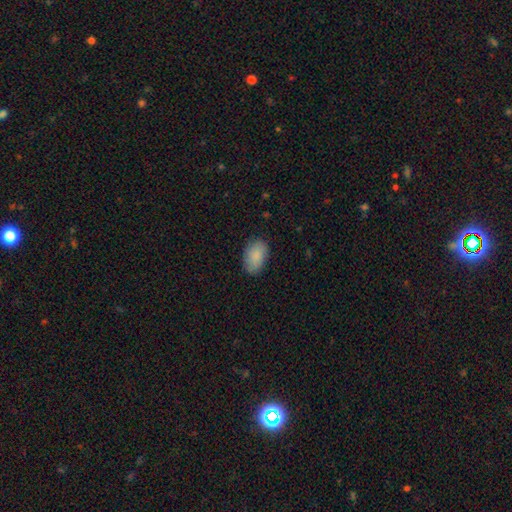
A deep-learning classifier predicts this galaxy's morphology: The model was most divided on "merging": none: 83%, minor disturbance: 13%, major disturbance: 3%, merger: 1%. More confident: how rounded — in between (91%); smooth or featured — smooth (88%).